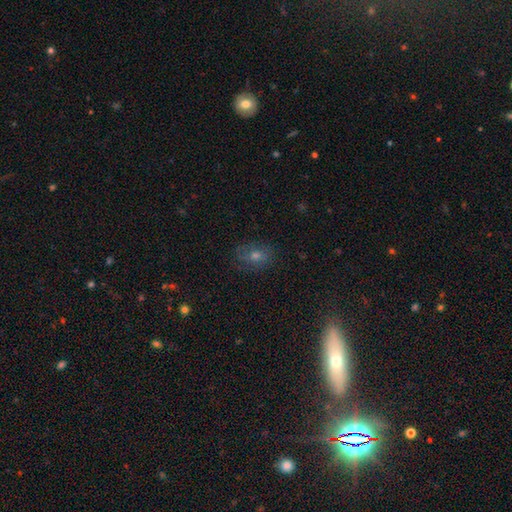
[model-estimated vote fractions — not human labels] Smooth or featured: smooth — 51% (featured or disk — 26%)
How rounded: in between — 61% (round — 37%)
Merging: none — 78% (minor disturbance — 15%)